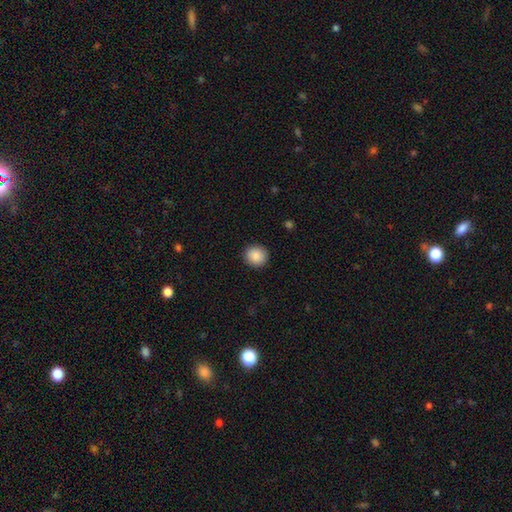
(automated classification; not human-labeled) smooth-or-featured: smooth: 88% | star or artifact: 8% | featured or disk: 4%
  how-rounded: round: 92% | in between: 7% | cigar-shaped: 1%
  merging: none: 92% | minor disturbance: 6% | major disturbance: 2% | merger: 1%